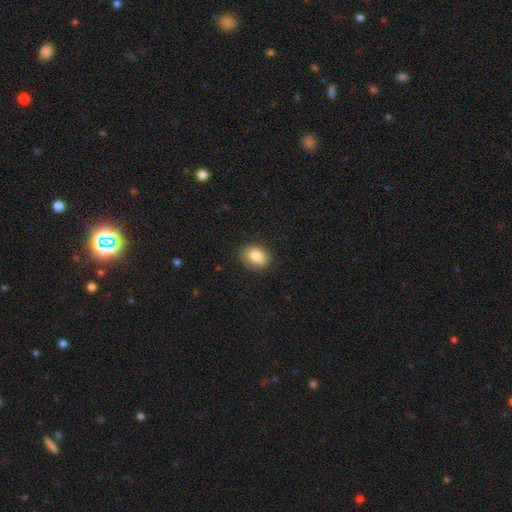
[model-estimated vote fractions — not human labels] Overall: smooth (79%). How rounded: in between (60%; round 39%). Merging: none (78%).